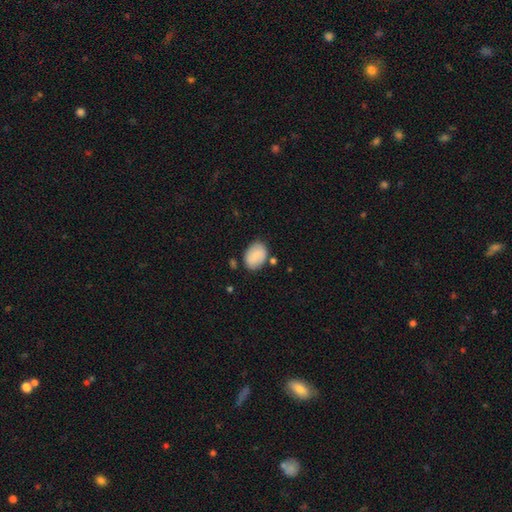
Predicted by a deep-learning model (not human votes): This appears to be a smooth galaxy with no disk features (78%) that is in between round and cigar-shaped (79%). Merging: none (72%).